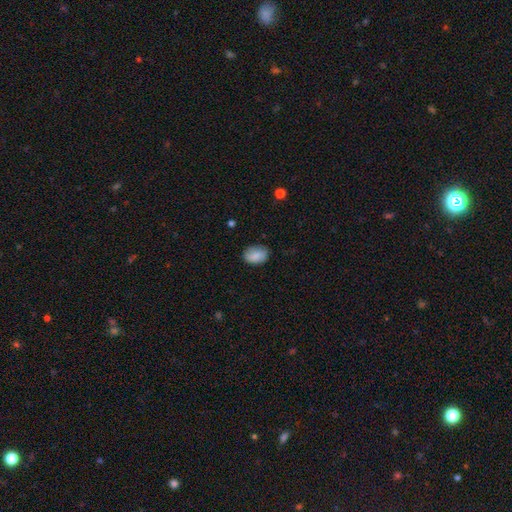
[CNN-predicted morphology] This is clearly a smooth galaxy (83%). How rounded: likely in between (79%). Merging: likely none (78%).